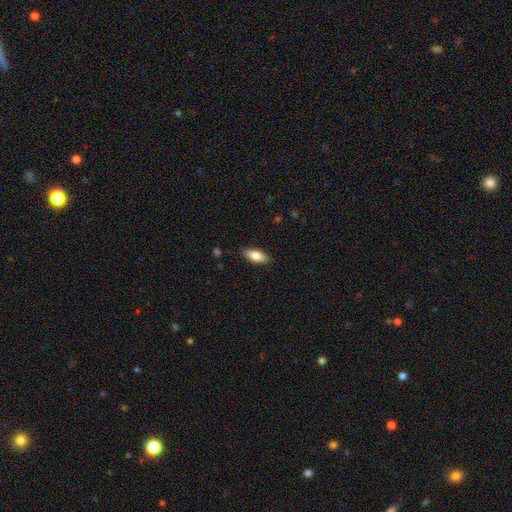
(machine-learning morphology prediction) Q: Smooth or featured?
A: smooth (78%); runner-up: featured or disk (15%)
Q: How rounded?
A: in between (81%); runner-up: cigar-shaped (17%)
Q: Merging?
A: none (87%); runner-up: minor disturbance (10%)